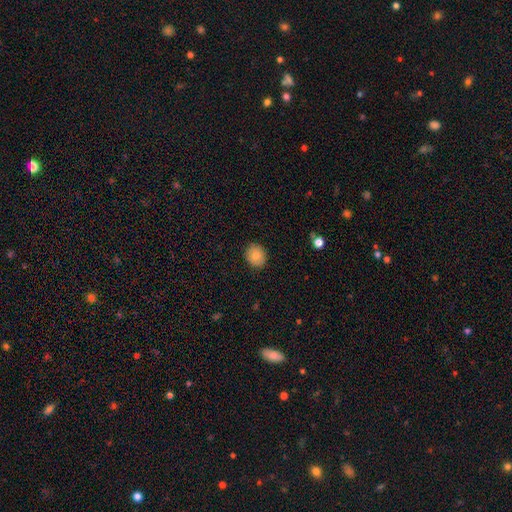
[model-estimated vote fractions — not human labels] This is likely a smooth galaxy (79%). How rounded: likely round (73%). Merging: clearly none (89%).